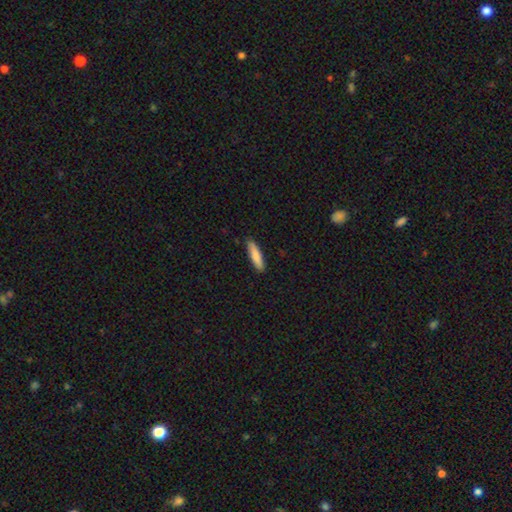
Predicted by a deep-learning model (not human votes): smooth-or-featured: smooth: 84% | featured or disk: 10% | star or artifact: 6%
  how-rounded: cigar-shaped: 78% | in between: 21% | round: 1%
  merging: none: 87% | minor disturbance: 10% | major disturbance: 2% | merger: 1%